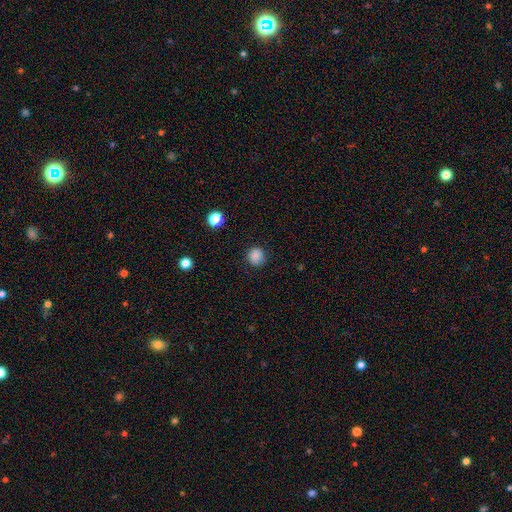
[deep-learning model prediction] This is clearly a smooth galaxy (86%). How rounded: clearly round (89%). Merging: clearly none (85%).